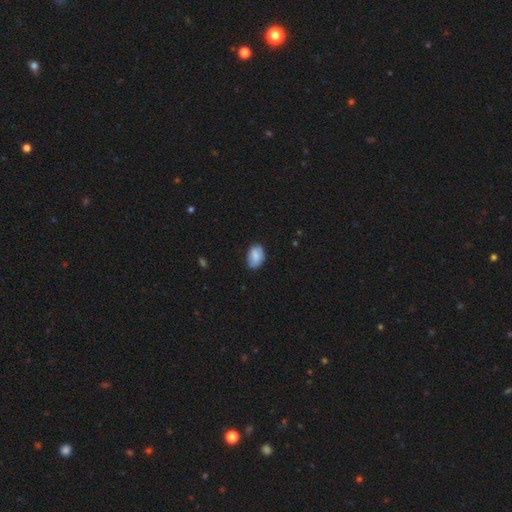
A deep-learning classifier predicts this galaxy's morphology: type=smooth (75%); roundness=in between (86%); merging=none (72%).